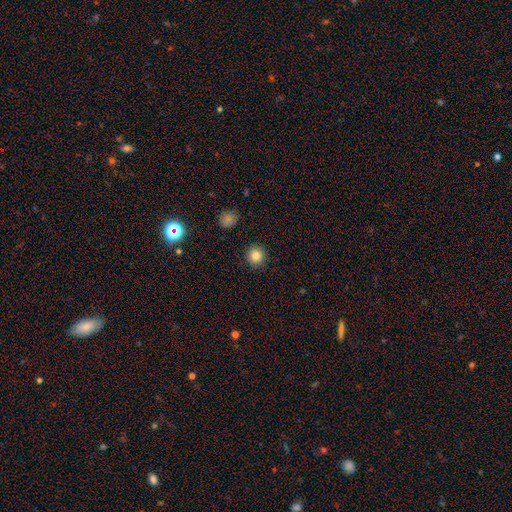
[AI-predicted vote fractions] A smooth galaxy with no disk features (83%) that is round (93%). Merging: none (91%).